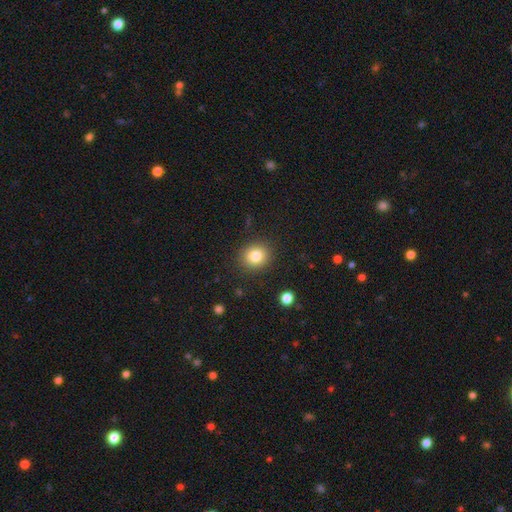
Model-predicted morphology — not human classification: Smooth or featured: smooth — 82% (star or artifact — 11%)
How rounded: round — 80% (in between — 19%)
Merging: none — 89% (minor disturbance — 7%)